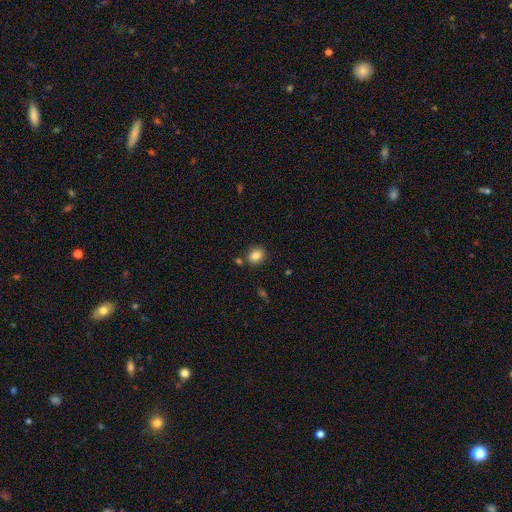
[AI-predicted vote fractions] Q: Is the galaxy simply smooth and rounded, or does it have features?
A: smooth — 84%.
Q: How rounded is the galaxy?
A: in between — 55%.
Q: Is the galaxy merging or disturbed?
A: none — 79%.